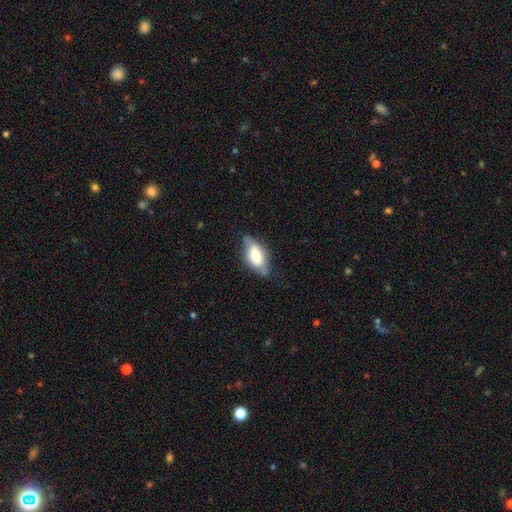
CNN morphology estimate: The model was most divided on "smooth or featured": smooth: 62%, featured or disk: 31%, star or artifact: 7%. More confident: how rounded — in between (85%); merging — none (64%).